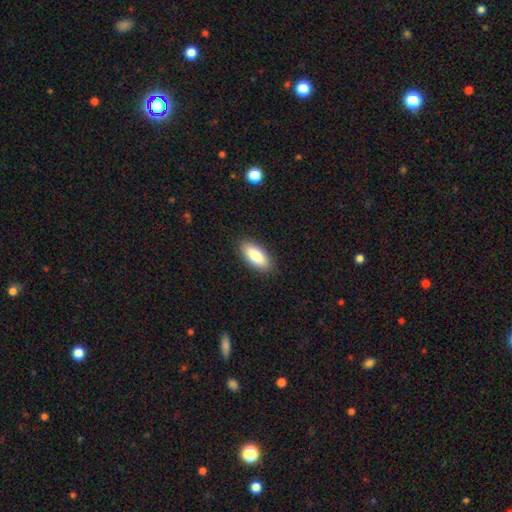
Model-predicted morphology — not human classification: smooth_or_featured: smooth (p=0.83) [alt: featured or disk p=0.11]
how_rounded: in between (p=0.85) [alt: cigar-shaped p=0.13]
merging: none (p=0.89) [alt: minor disturbance p=0.08]